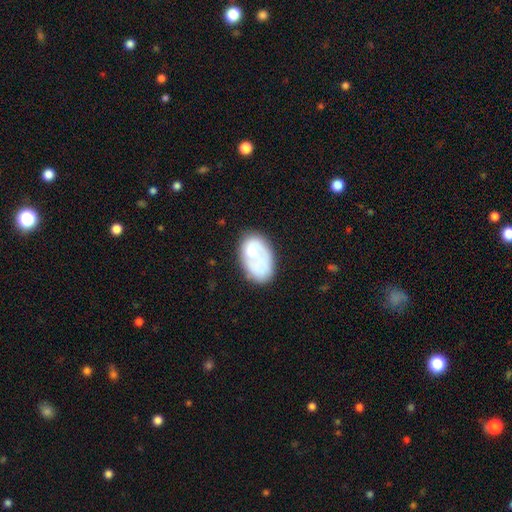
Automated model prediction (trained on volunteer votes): smooth-or-featured: smooth: 57% | featured or disk: 36% | star or artifact: 7%
  how-rounded: in between: 90% | round: 8% | cigar-shaped: 1%
  merging: none: 51% | minor disturbance: 27% | major disturbance: 14% | merger: 9%